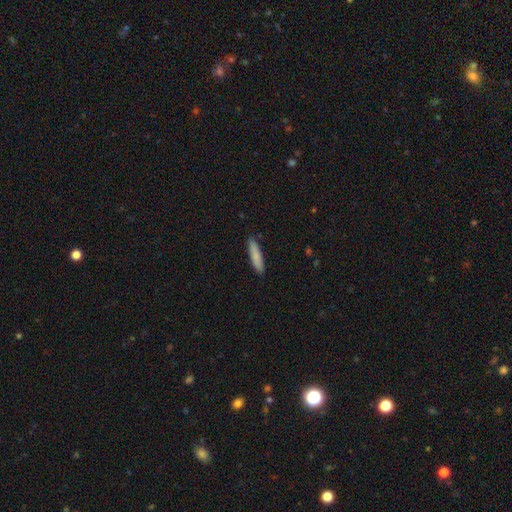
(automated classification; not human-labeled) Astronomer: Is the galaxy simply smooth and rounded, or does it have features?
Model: smooth — 84%.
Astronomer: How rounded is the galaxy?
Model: cigar-shaped — 82%.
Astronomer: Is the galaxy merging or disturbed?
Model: none — 89%.